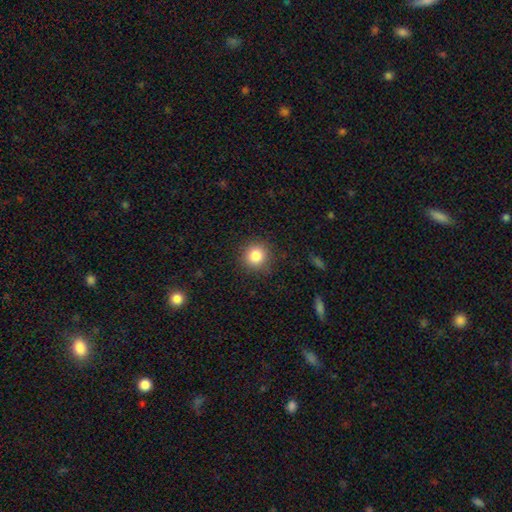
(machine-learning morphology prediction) This appears to be a smooth galaxy with no disk features (84%) that is round (92%). Merging: none (88%).